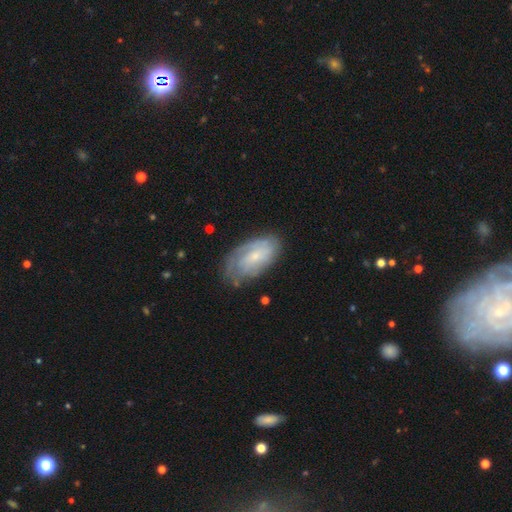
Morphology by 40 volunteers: Smooth or featured? 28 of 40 (70%) said featured or disk. Edge-on disk? 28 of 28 (100%) said no. Bar? 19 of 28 (68%) said no. Spiral arms? 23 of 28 (82%) said yes. Spiral winding? 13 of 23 (57%) said tight. Spiral arm count? 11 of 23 (48%) said can't tell. Bulge size? 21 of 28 (75%) said small. Merging? 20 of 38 (53%) said none.